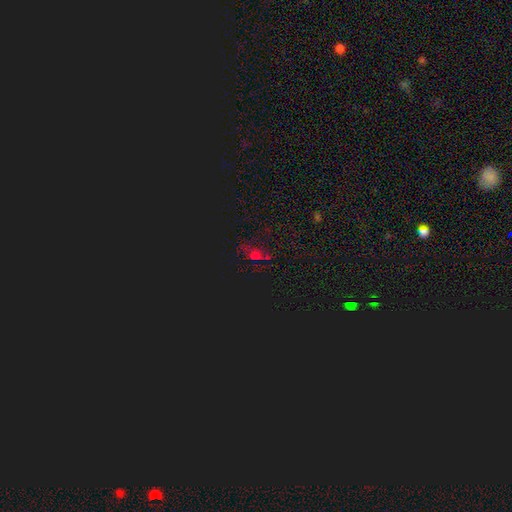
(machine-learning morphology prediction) The model was most divided on "smooth or featured": star or artifact: 63%, smooth: 25%, featured or disk: 12%.